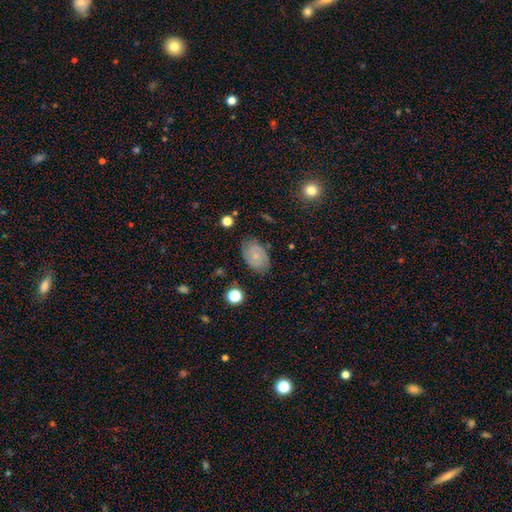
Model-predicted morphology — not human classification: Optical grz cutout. It shows a smooth galaxy with no disk features (53%) that is in between round and cigar-shaped (84%). Merging: none (77%).